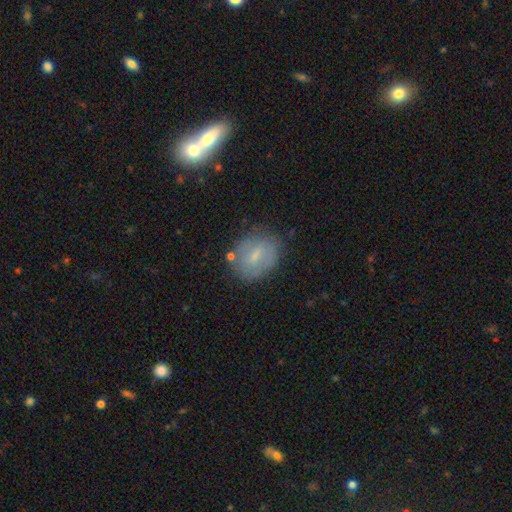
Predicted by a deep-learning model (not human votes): Smooth or featured?
  - smooth: 58% *
  - featured or disk: 33%
  - star or artifact: 9%
How rounded?
  - in between: 57% *
  - round: 41%
  - cigar-shaped: 2%
Merging?
  - none: 73% *
  - minor disturbance: 17%
  - major disturbance: 5%
  - merger: 4%